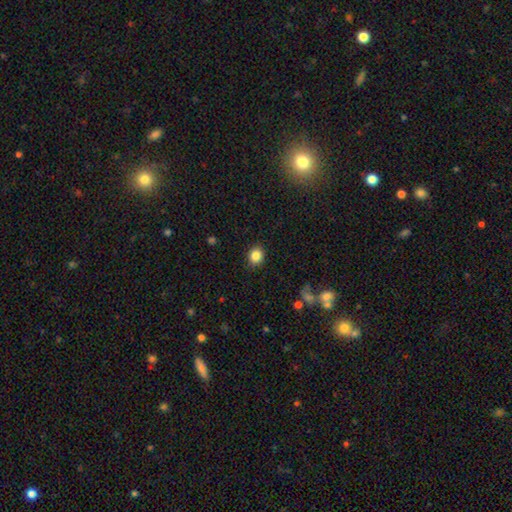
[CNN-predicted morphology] This appears to be a smooth galaxy with no disk features (85%) that is round (66%). Merging: none (89%).